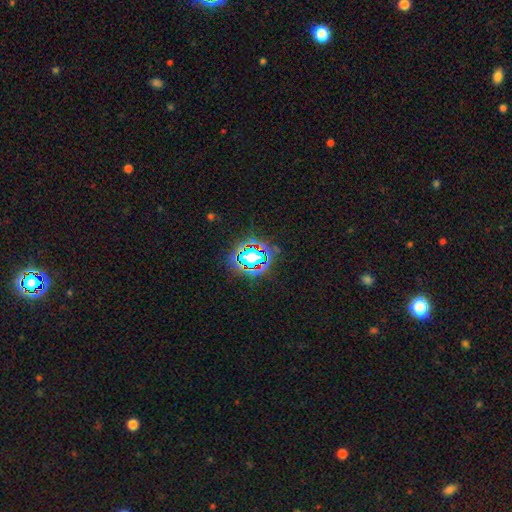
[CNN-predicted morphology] Smooth or featured: star or artifact — 78% (smooth — 14%)